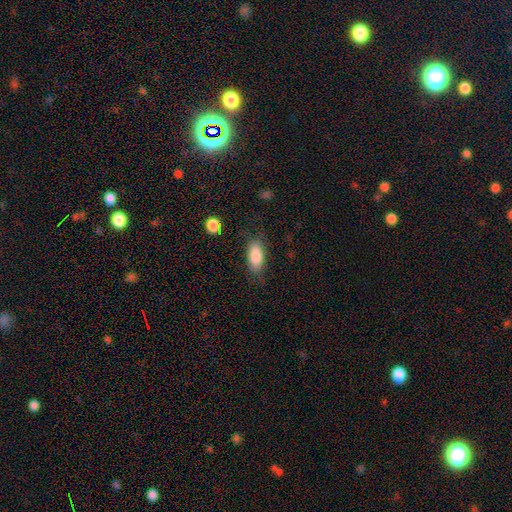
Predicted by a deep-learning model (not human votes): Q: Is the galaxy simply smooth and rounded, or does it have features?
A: smooth — 86%.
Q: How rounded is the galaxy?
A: in between — 86%.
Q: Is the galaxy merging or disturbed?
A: none — 76%.